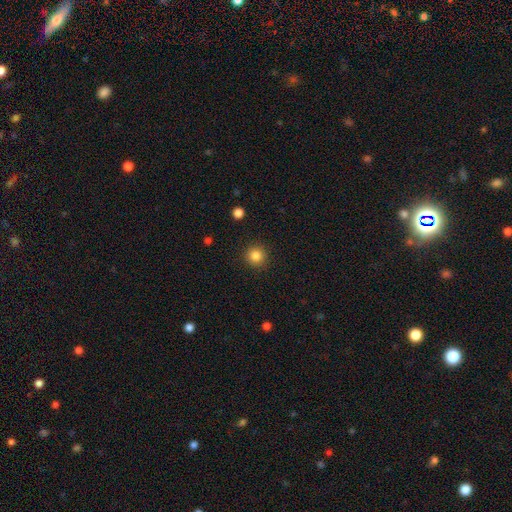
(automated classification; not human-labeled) Smooth or featured?
  - smooth: 84% *
  - star or artifact: 11%
  - featured or disk: 5%
How rounded?
  - round: 94% *
  - in between: 5%
  - cigar-shaped: 1%
Merging?
  - none: 91% *
  - minor disturbance: 5%
  - major disturbance: 2%
  - merger: 1%